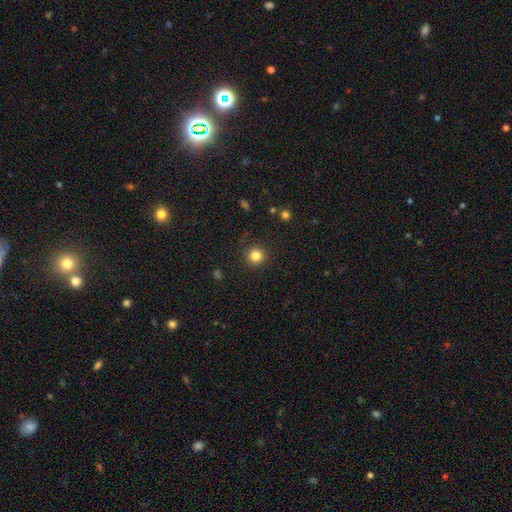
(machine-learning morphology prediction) Q: Smooth or featured?
A: smooth (83%); runner-up: star or artifact (12%)
Q: How rounded?
A: round (94%); runner-up: in between (5%)
Q: Merging?
A: none (91%); runner-up: minor disturbance (6%)